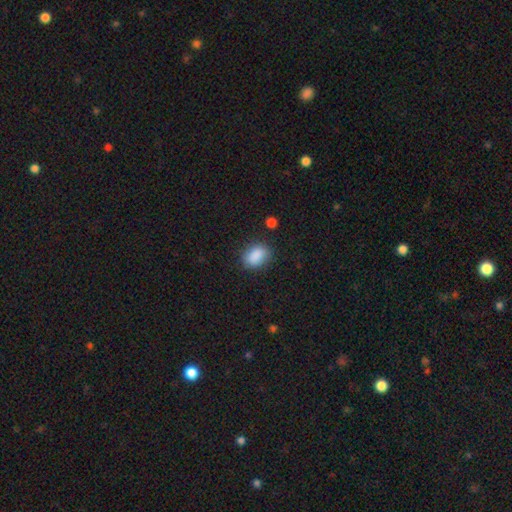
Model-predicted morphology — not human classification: smooth-or-featured: smooth: 88% | star or artifact: 8% | featured or disk: 4%
  how-rounded: in between: 80% | round: 18% | cigar-shaped: 2%
  merging: none: 80% | minor disturbance: 14% | major disturbance: 4% | merger: 2%